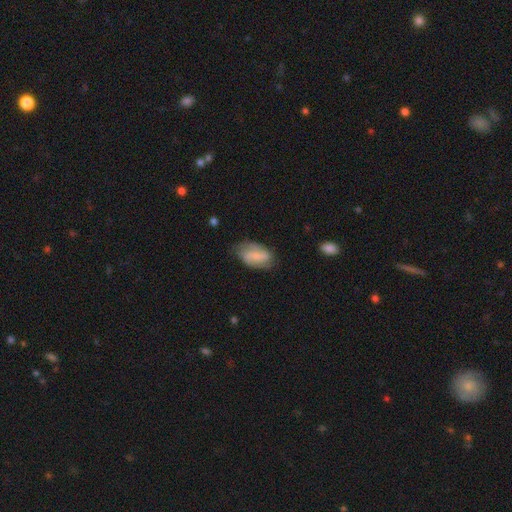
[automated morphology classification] type=featured or disk (55%); edge-on=no (96%); bar=weak (47%); spiral arms=yes (85%); bulge=small (60%); merging=none (67%).